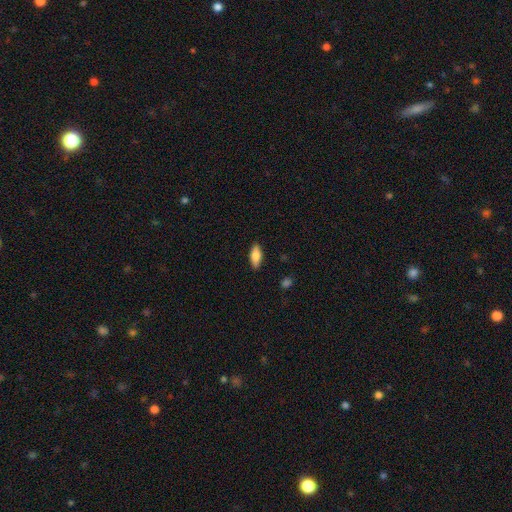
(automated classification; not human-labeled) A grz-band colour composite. It shows a smooth galaxy with no disk features (79%) that is in between round and cigar-shaped (76%). Merging: none (88%).